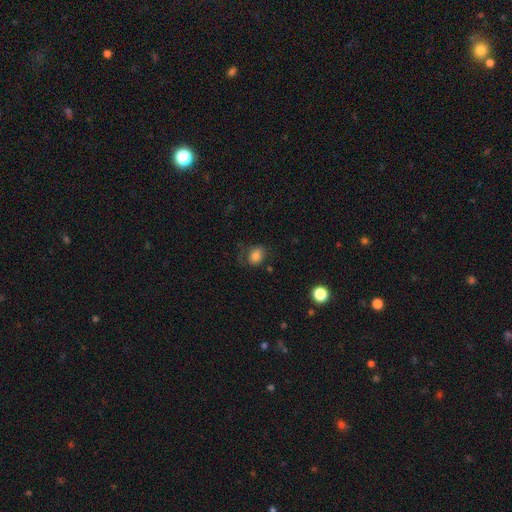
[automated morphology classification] The model was most divided on "how rounded": in between: 54%, round: 45%, cigar-shaped: 1%. More confident: smooth or featured — smooth (79%); merging — none (57%).